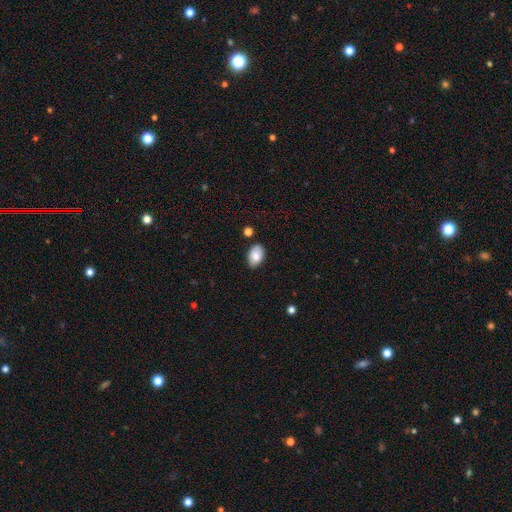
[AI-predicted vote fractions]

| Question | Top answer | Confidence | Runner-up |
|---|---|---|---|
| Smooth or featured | smooth | 82% | featured or disk (11%) |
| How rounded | in between | 91% | round (8%) |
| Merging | none | 80% | minor disturbance (14%) |